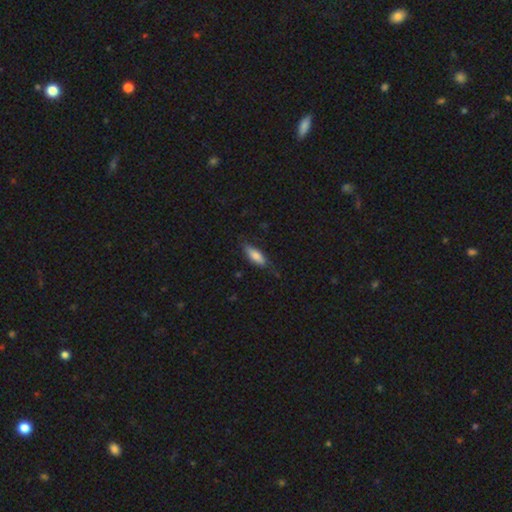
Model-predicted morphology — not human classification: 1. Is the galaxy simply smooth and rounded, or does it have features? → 76% smooth, 17% featured or disk, 6% star or artifact.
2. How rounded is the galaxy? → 64% in between, 33% cigar-shaped, 2% round.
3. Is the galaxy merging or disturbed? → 71% none, 23% minor disturbance, 5% major disturbance, 1% merger.